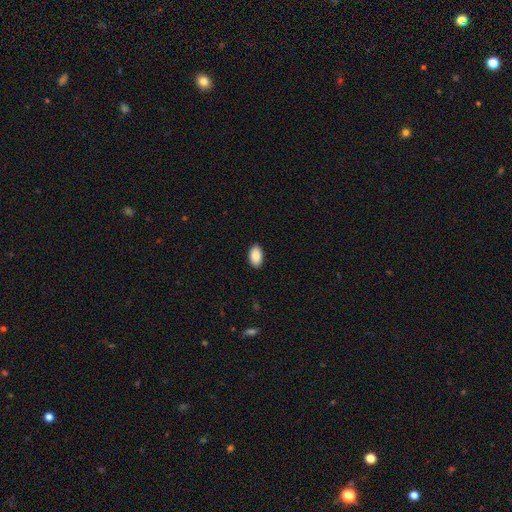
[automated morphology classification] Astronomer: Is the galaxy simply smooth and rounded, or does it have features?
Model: smooth — 90%.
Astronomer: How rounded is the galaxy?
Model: in between — 94%.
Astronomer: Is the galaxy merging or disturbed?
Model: none — 89%.